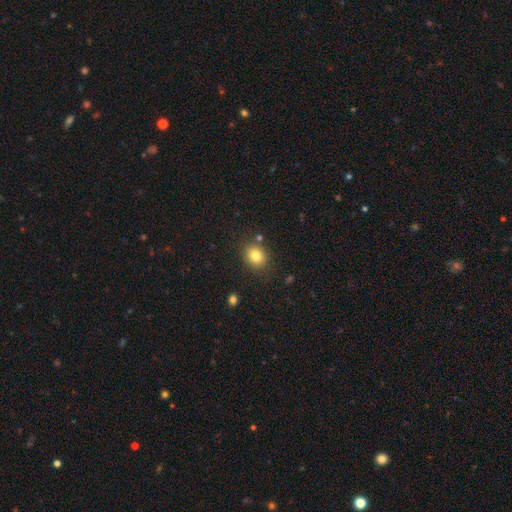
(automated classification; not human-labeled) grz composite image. It shows a smooth galaxy with no disk features (81%) that is round (66%). Merging: none (82%).